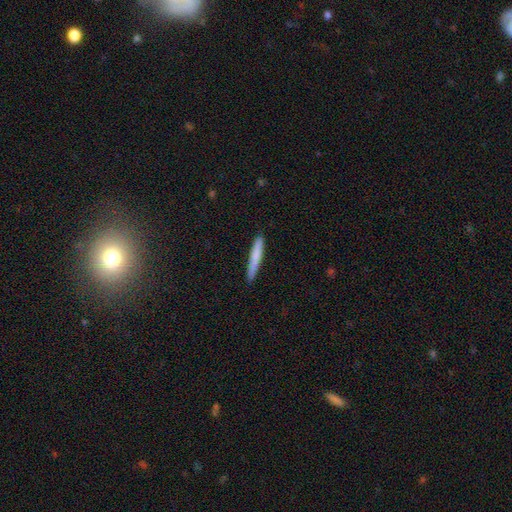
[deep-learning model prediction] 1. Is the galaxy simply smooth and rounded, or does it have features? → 76% smooth, 19% featured or disk, 6% star or artifact.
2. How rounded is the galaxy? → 95% cigar-shaped, 4% in between, 1% round.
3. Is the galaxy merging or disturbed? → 89% none, 9% minor disturbance, 1% major disturbance, 1% merger.